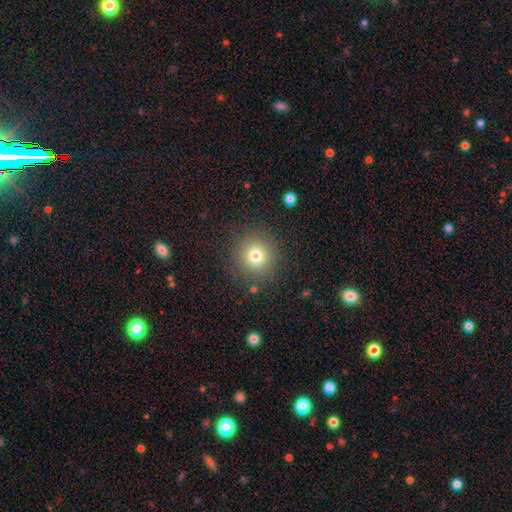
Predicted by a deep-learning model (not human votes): Q: Smooth or featured?
A: smooth (77%); runner-up: star or artifact (14%)
Q: How rounded?
A: round (94%); runner-up: in between (6%)
Q: Merging?
A: none (88%); runner-up: minor disturbance (7%)